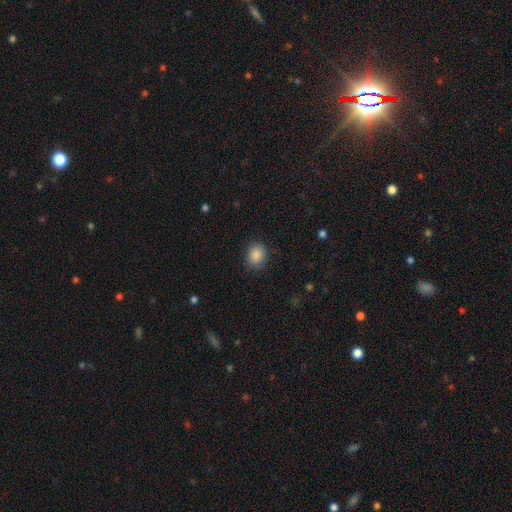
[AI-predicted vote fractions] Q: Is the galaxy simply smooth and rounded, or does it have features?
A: smooth — 87%.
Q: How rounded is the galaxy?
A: round — 58%.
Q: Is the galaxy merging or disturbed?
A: none — 85%.